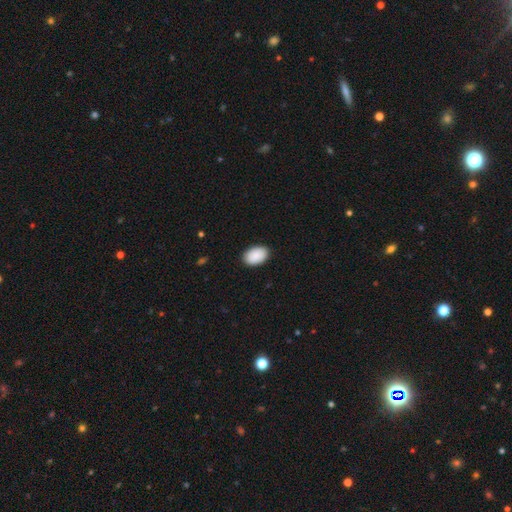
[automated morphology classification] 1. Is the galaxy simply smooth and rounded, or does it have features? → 91% smooth, 6% star or artifact, 3% featured or disk.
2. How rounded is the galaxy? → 91% in between, 8% round, 1% cigar-shaped.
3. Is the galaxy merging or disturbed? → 89% none, 8% minor disturbance, 2% major disturbance, 1% merger.